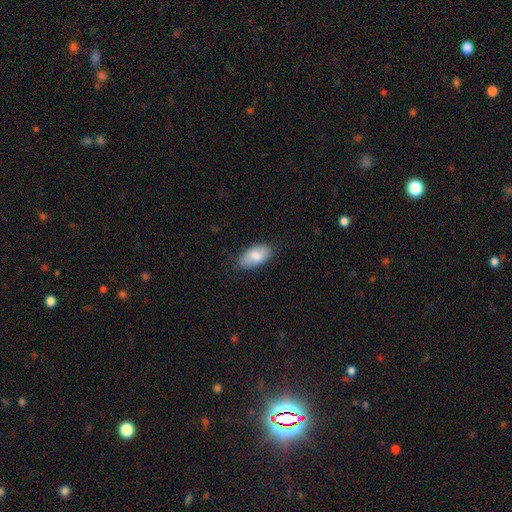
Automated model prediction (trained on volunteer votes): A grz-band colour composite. It shows a smooth galaxy with no disk features (80%) that is in between round and cigar-shaped (93%). Merging: none (76%).